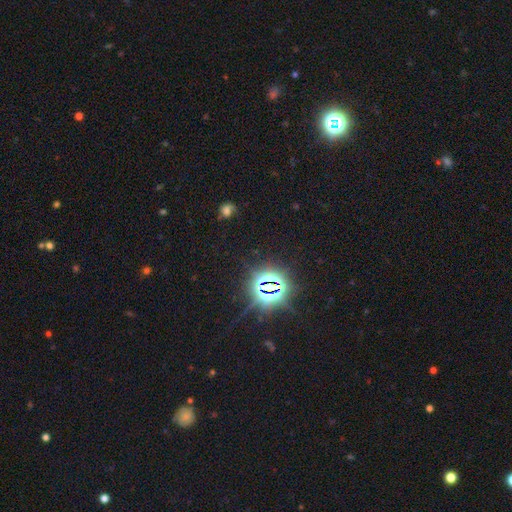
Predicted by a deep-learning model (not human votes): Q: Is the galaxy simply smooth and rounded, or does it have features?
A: star or artifact — 81%.